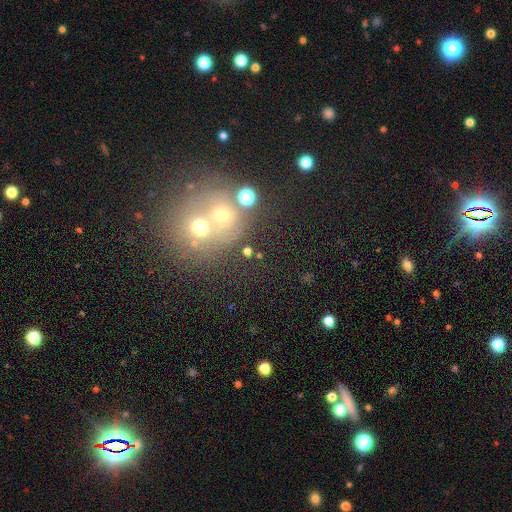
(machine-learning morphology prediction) type=smooth (46%); merging=merger (47%).